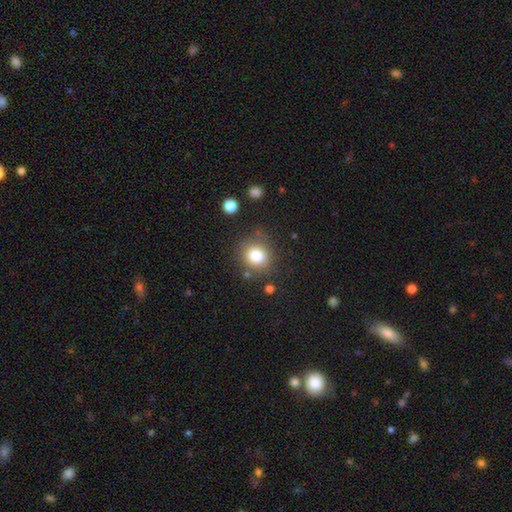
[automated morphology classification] This appears to be a smooth galaxy with no disk features (82%) that is round (77%). Merging: none (76%).